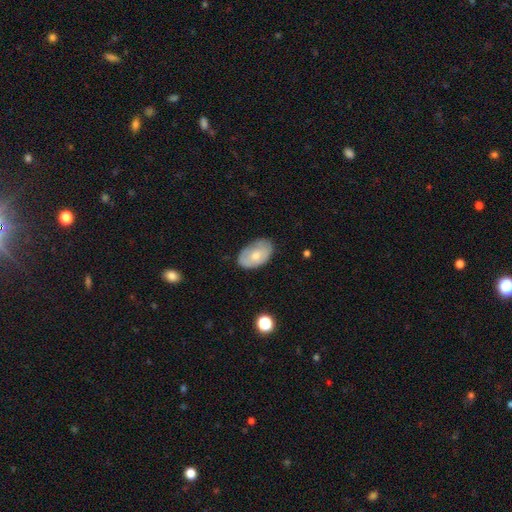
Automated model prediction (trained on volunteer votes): This appears to be a smooth galaxy with no disk features (63%) that is in between round and cigar-shaped (91%). Merging: none (70%).